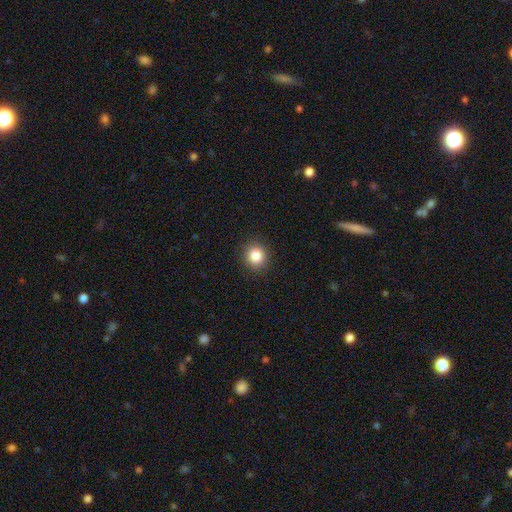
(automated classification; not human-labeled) smooth-or-featured: smooth: 85% | star or artifact: 11% | featured or disk: 4%
  how-rounded: round: 89% | in between: 10% | cigar-shaped: 1%
  merging: none: 91% | minor disturbance: 6% | major disturbance: 2% | merger: 1%